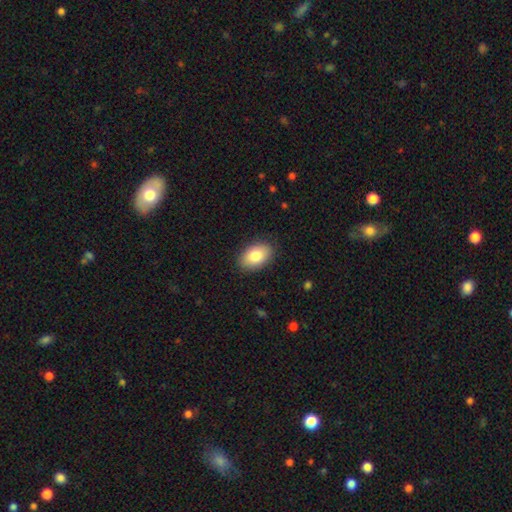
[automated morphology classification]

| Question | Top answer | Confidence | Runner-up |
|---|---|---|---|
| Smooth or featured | smooth | 84% | featured or disk (9%) |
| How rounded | in between | 91% | round (8%) |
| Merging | none | 88% | minor disturbance (9%) |